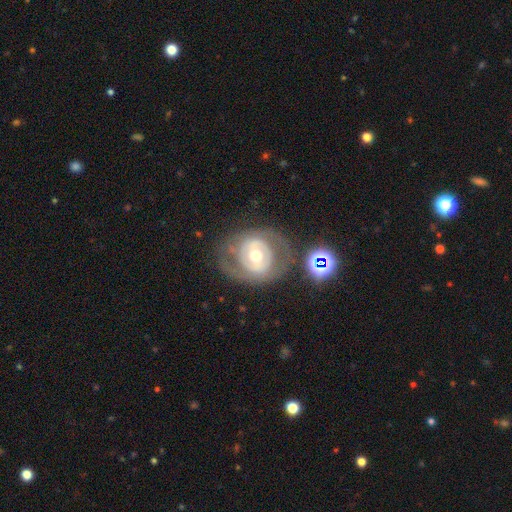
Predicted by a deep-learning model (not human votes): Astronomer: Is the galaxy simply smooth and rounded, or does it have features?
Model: featured or disk — 66%.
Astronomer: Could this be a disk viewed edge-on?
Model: no — 96%.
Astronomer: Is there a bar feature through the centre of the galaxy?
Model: no — 62%.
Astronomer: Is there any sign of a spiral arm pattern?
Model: no — 60% (runner-up: yes, 40%).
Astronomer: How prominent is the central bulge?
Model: moderate — 73%.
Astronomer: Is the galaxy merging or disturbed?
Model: none — 65%.